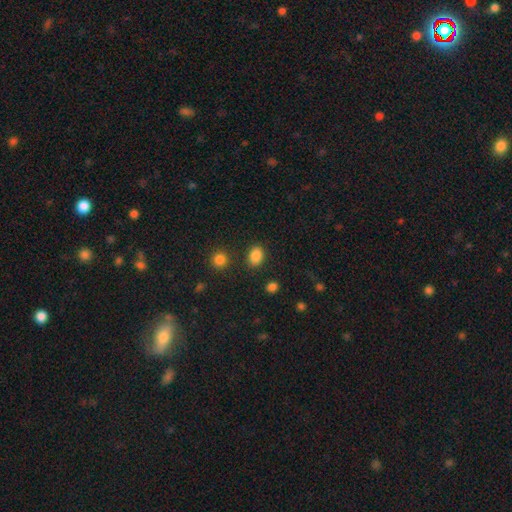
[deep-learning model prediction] Smooth or featured: smooth — 87% (star or artifact — 10%)
How rounded: in between — 70% (round — 29%)
Merging: none — 84% (minor disturbance — 10%)